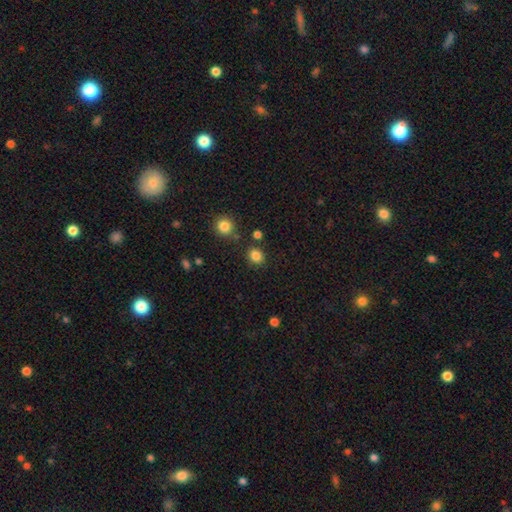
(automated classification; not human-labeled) Overall: smooth (84%). How rounded: round (73%). Merging: none (83%).